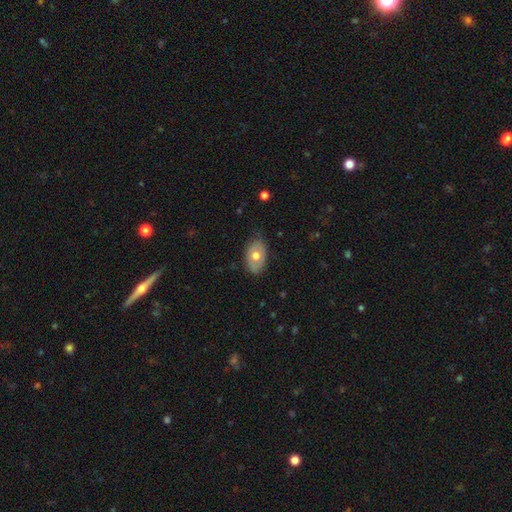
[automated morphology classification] Overall: smooth (59%; featured or disk 35%). How rounded: in between (87%). Merging: none (77%).